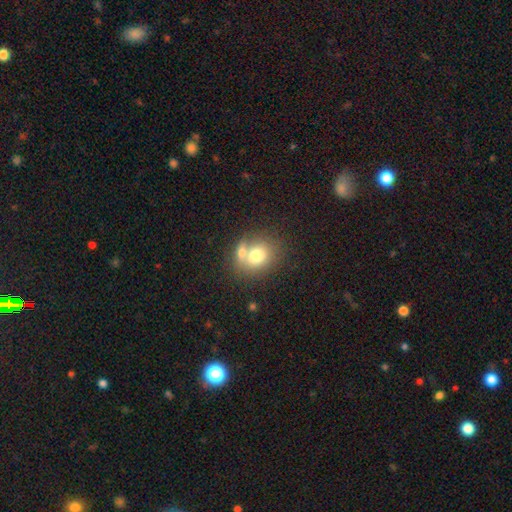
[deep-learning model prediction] Overall: smooth (73%). How rounded: round (59%; in between 40%). Merging: merger (44%; none 41%).